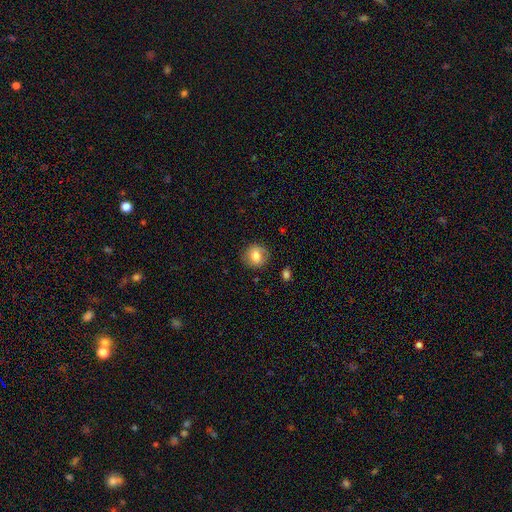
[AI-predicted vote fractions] smooth_or_featured: smooth (p=0.72) [alt: featured or disk p=0.19]
how_rounded: round (p=0.85) [alt: in between p=0.14]
merging: none (p=0.82) [alt: minor disturbance p=0.13]